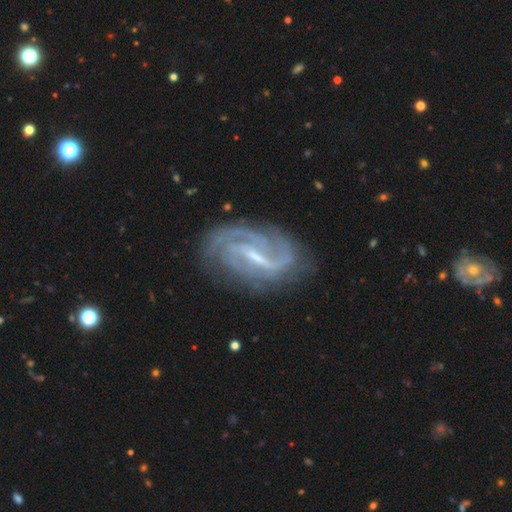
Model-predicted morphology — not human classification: The model was most divided on "spiral winding": medium: 42%, tight: 39%, loose: 19%. Remaining: spiral arms — yes (96%); edge-on disk — no (96%); smooth or featured — featured or disk (88%); merging — none (73%); bulge size — small (58%); bar — strong (52%); spiral arm count — 2 (44%).